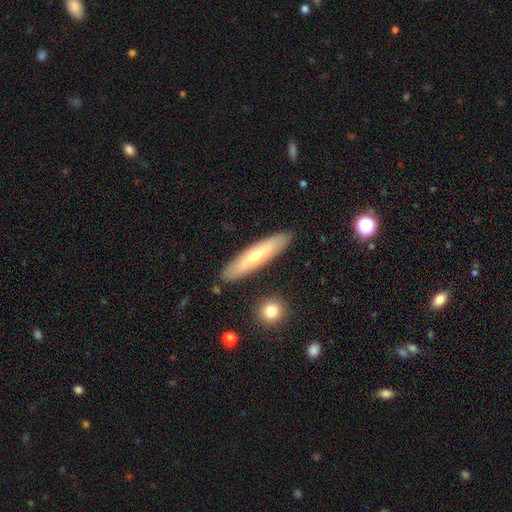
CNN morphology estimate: type=smooth (49%); merging=none (88%).